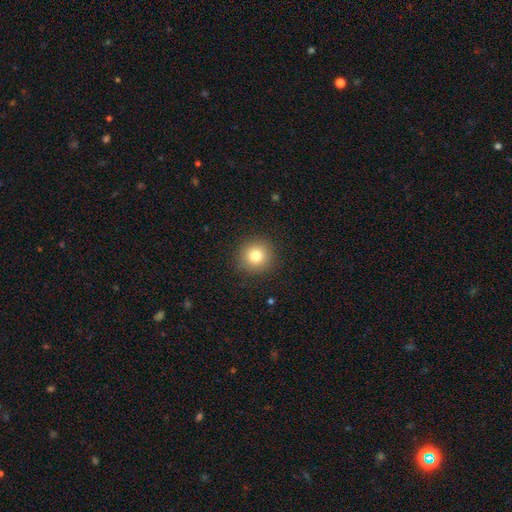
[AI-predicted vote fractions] Q: Smooth or featured?
A: smooth (79%); runner-up: star or artifact (12%)
Q: How rounded?
A: round (94%); runner-up: in between (5%)
Q: Merging?
A: none (90%); runner-up: minor disturbance (7%)